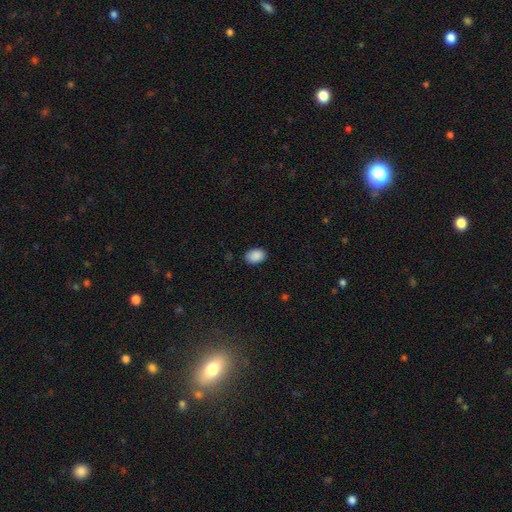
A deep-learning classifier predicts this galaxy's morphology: This appears to be a smooth galaxy with no disk features (90%) that is in between round and cigar-shaped (77%). Merging: none (86%).